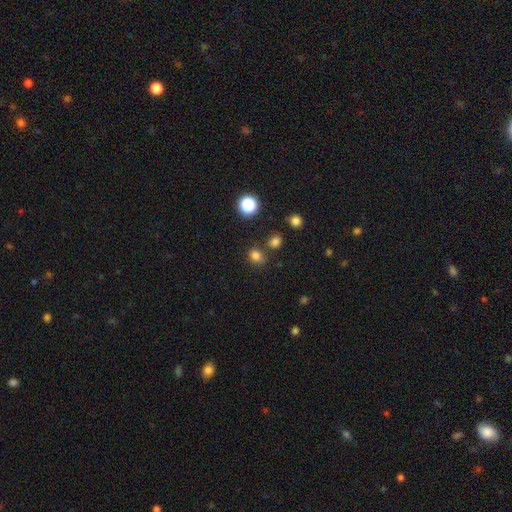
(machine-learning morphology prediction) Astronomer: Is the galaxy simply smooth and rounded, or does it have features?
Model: smooth — 78%.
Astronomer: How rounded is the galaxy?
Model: round — 64%.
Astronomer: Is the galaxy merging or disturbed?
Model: none — 77%.